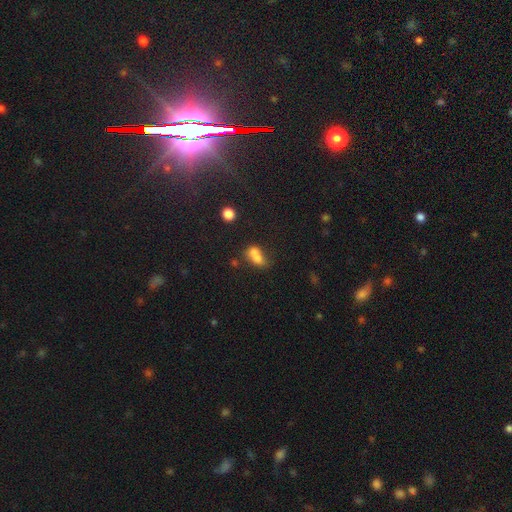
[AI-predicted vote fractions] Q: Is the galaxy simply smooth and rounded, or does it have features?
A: smooth — 71%.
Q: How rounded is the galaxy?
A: in between — 73%.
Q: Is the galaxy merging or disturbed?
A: merger — 52%.